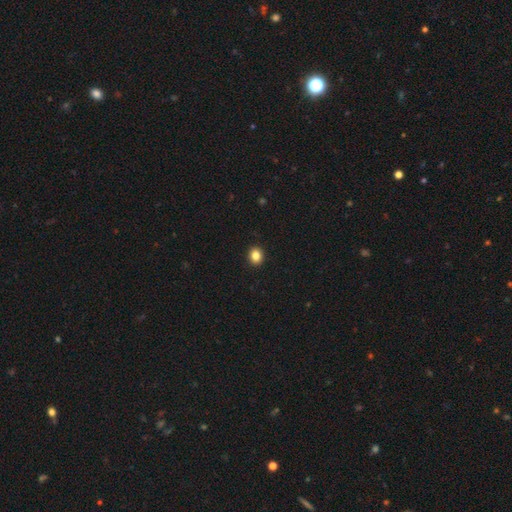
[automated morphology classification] A smooth galaxy with no disk features (85%) that is round (74%). Merging: none (93%).